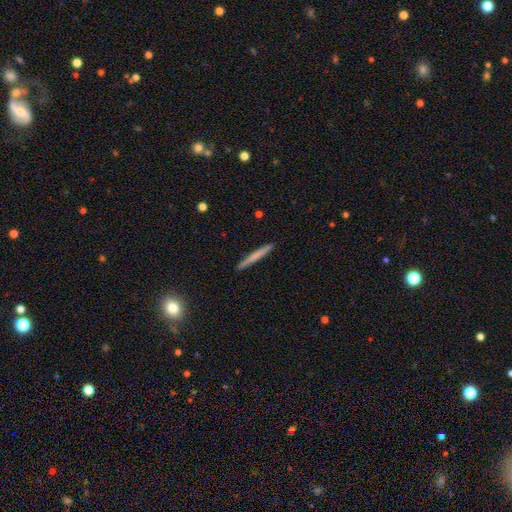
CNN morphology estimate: Overall: smooth (63%; featured or disk 31%). How rounded: cigar-shaped (97%). Merging: none (92%).